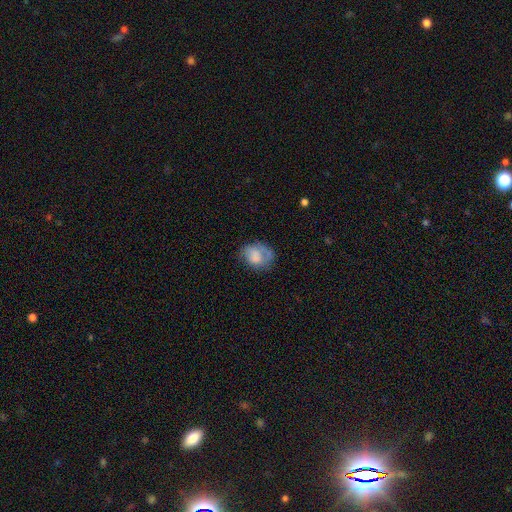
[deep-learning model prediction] A smooth galaxy with no disk features (67%) that is in between round and cigar-shaped (62%).

Vote fractions:
- Smooth or featured? smooth: 67% / featured or disk: 24% / star or artifact: 9%
- How rounded? in between: 62% / round: 37% / cigar-shaped: 1%
- Merging? none: 49% / minor disturbance: 29% / major disturbance: 19% / merger: 4%